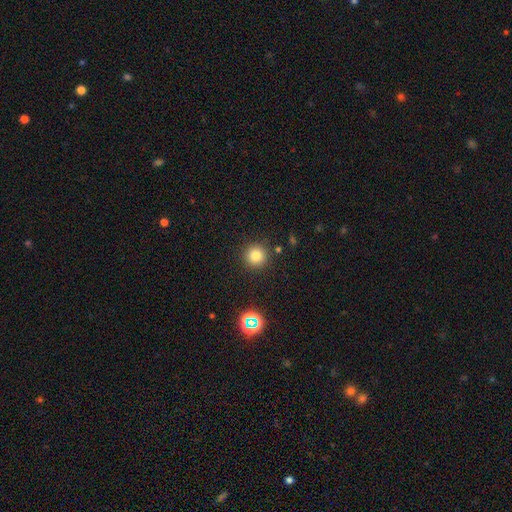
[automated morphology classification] smooth-or-featured: smooth: 79% | star or artifact: 15% | featured or disk: 6%
  how-rounded: round: 95% | in between: 4% | cigar-shaped: 1%
  merging: none: 89% | minor disturbance: 6% | major disturbance: 2% | merger: 2%